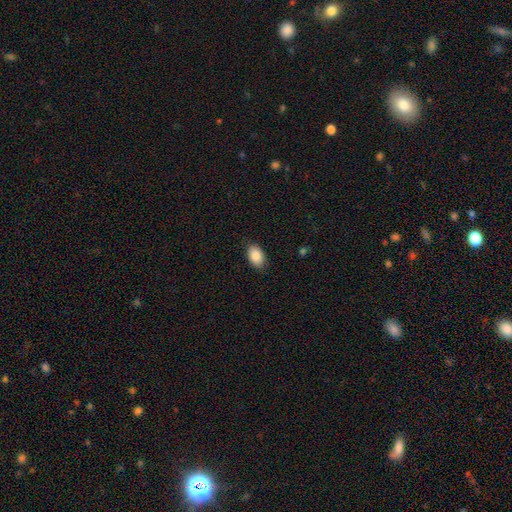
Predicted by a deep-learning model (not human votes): smooth_or_featured: smooth (p=0.89) [alt: star or artifact p=0.07]
how_rounded: in between (p=0.92) [alt: round p=0.07]
merging: none (p=0.85) [alt: minor disturbance p=0.12]